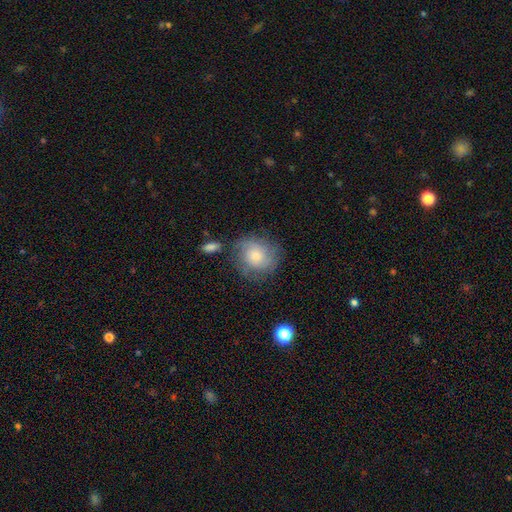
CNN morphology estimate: smooth-or-featured: smooth: 49% | featured or disk: 42% | star or artifact: 8%
  merging: none: 69% | minor disturbance: 19% | major disturbance: 8% | merger: 4%